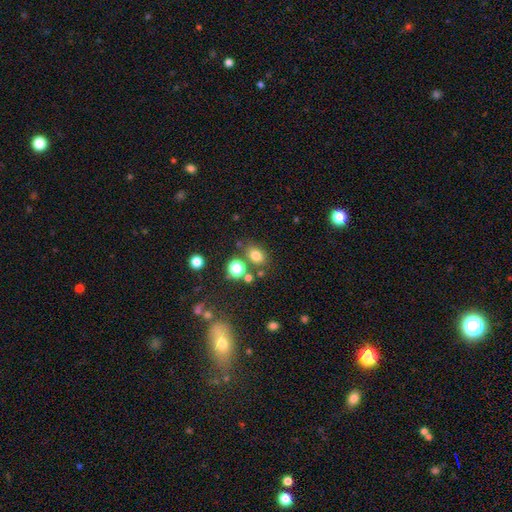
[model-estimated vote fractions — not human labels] The model was most divided on "how rounded": in between: 60%, round: 39%, cigar-shaped: 1%. More confident: smooth or featured — smooth (76%); merging — none (73%).